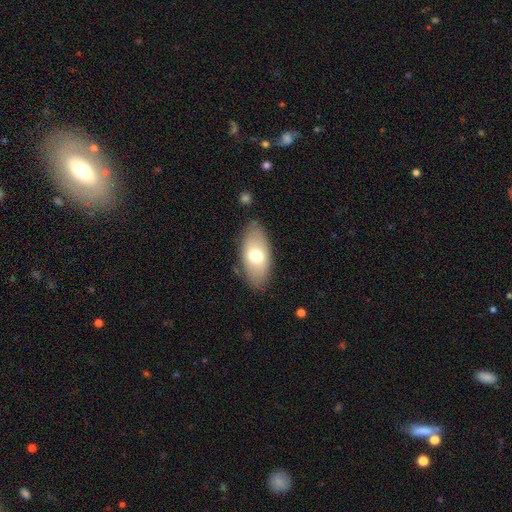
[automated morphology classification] Q: Smooth or featured?
A: smooth (68%); runner-up: featured or disk (26%)
Q: How rounded?
A: in between (92%); runner-up: cigar-shaped (5%)
Q: Merging?
A: none (82%); runner-up: minor disturbance (13%)